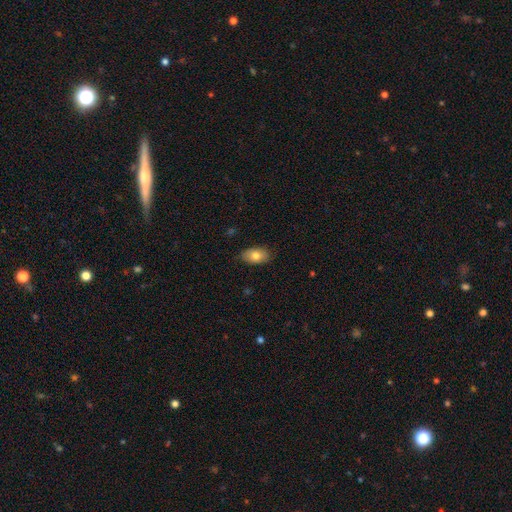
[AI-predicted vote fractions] Smooth or featured?
  - smooth: 78% *
  - featured or disk: 14%
  - star or artifact: 7%
How rounded?
  - in between: 91% *
  - round: 7%
  - cigar-shaped: 2%
Merging?
  - none: 83% *
  - minor disturbance: 14%
  - major disturbance: 2%
  - merger: 1%